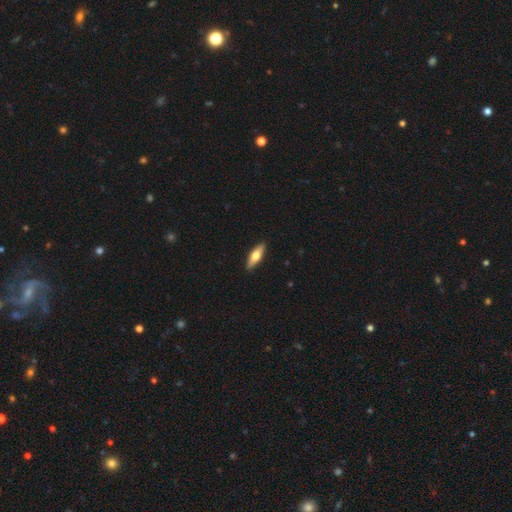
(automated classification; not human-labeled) Overall: smooth (56%; featured or disk 39%). How rounded: cigar-shaped (51%; in between 47%). Merging: none (90%).